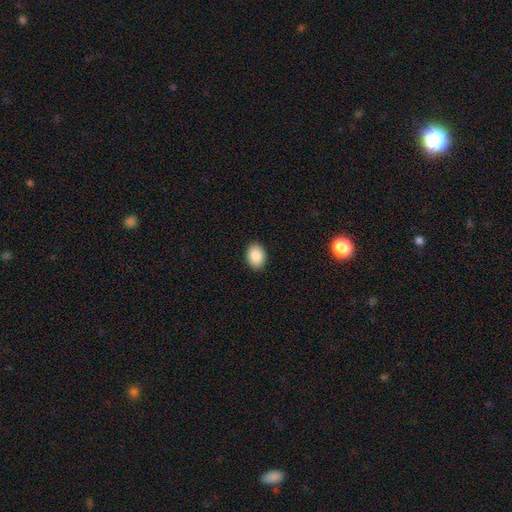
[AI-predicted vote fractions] This appears to be a smooth galaxy with no disk features (88%) that is in between round and cigar-shaped (74%). Merging: none (90%).